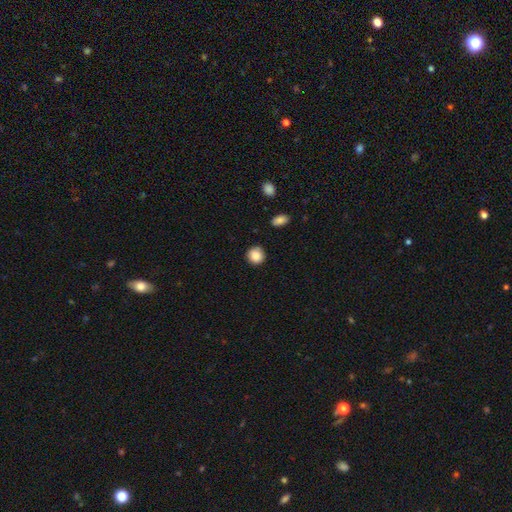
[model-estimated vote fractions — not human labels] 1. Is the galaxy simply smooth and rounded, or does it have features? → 87% smooth, 9% star or artifact, 4% featured or disk.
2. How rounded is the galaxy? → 89% round, 10% in between, 1% cigar-shaped.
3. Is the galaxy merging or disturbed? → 83% none, 12% minor disturbance, 3% major disturbance, 2% merger.